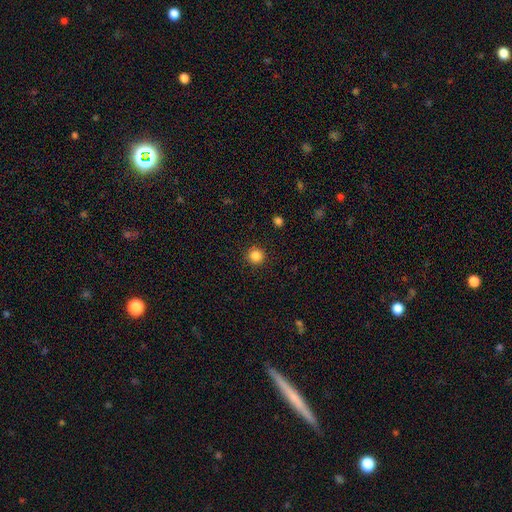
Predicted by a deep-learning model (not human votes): Smooth or featured?
  - smooth: 85% *
  - star or artifact: 11%
  - featured or disk: 4%
How rounded?
  - round: 95% *
  - in between: 4%
  - cigar-shaped: 1%
Merging?
  - none: 92% *
  - minor disturbance: 5%
  - major disturbance: 2%
  - merger: 1%